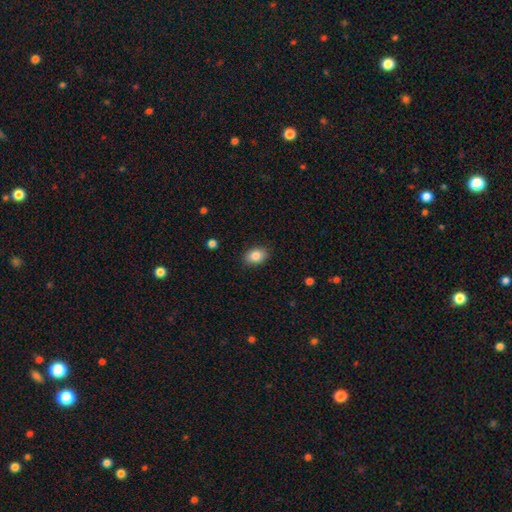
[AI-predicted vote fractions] Smooth or featured?
  - smooth: 85% *
  - star or artifact: 8%
  - featured or disk: 6%
How rounded?
  - in between: 82% *
  - round: 17%
  - cigar-shaped: 1%
Merging?
  - none: 87% *
  - minor disturbance: 9%
  - major disturbance: 2%
  - merger: 1%